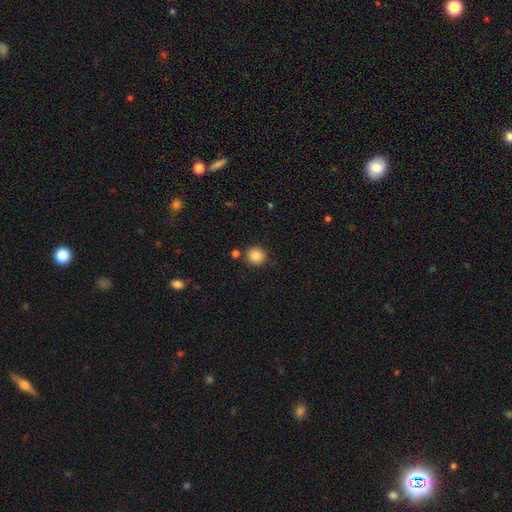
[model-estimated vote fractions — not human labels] This is clearly a smooth galaxy (87%). How rounded: clearly round (90%). Merging: clearly none (84%).